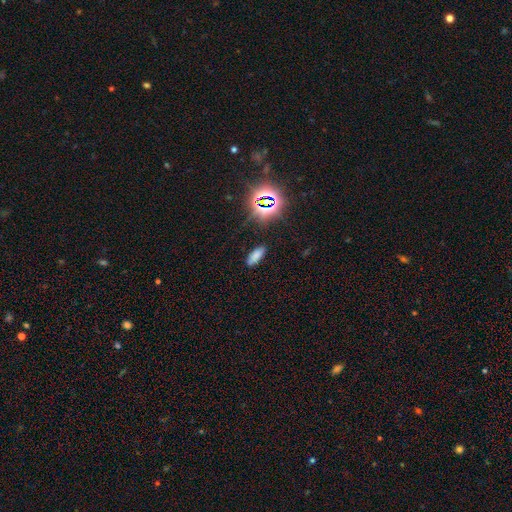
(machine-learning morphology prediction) smooth-or-featured: smooth: 71% | star or artifact: 22% | featured or disk: 8%
  how-rounded: in between: 69% | cigar-shaped: 27% | round: 4%
  merging: none: 85% | minor disturbance: 10% | major disturbance: 3% | merger: 2%